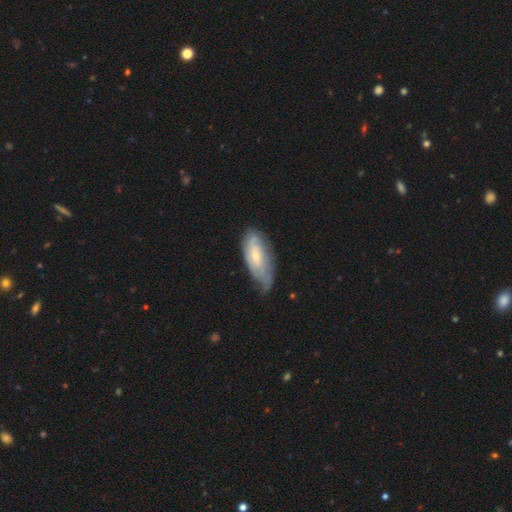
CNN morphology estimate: Smooth or featured: featured or disk — 62% (smooth — 33%)
Edge-on disk: no — 89% (yes — 11%)
Bar: no — 65% (weak — 29%)
Spiral arms: yes — 80% (no — 20%)
Bulge size: small — 60% (moderate — 36%)
Merging: none — 51% (minor disturbance — 34%)